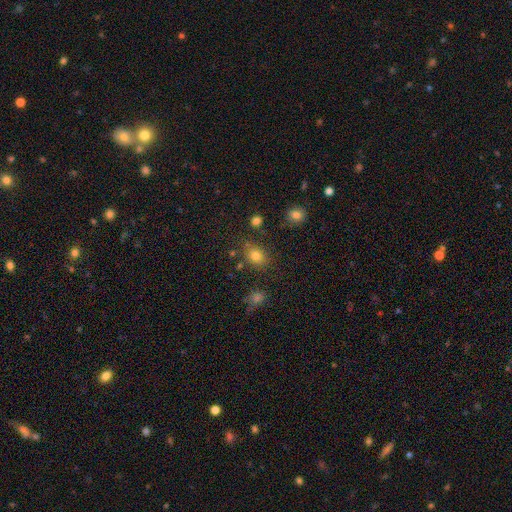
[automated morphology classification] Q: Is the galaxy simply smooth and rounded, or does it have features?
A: smooth — 78%.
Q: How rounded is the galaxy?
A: round — 52%.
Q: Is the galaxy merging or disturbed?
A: none — 77%.